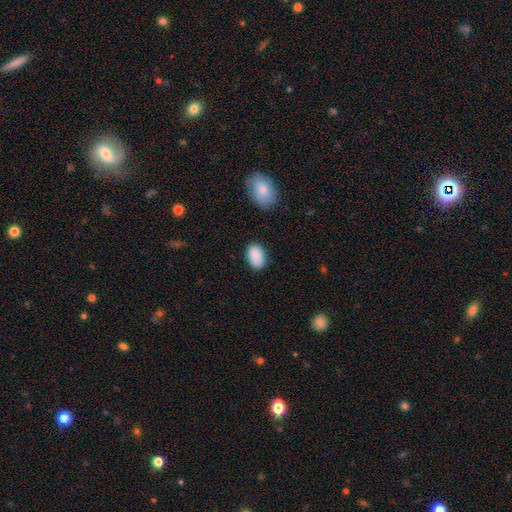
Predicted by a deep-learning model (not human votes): The model was most divided on "merging": none: 83%, minor disturbance: 12%, major disturbance: 3%, merger: 2%. More confident: how rounded — in between (90%); smooth or featured — smooth (90%).